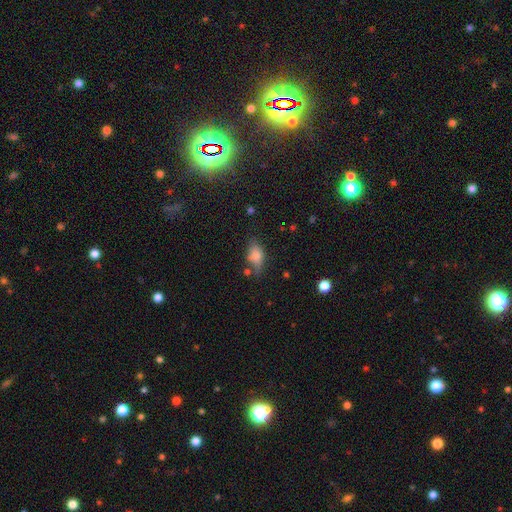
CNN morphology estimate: smooth 74%, featured or disk 15%, star or artifact 10%. Down the decision tree: how rounded — in between (85%); merging — none (56%).